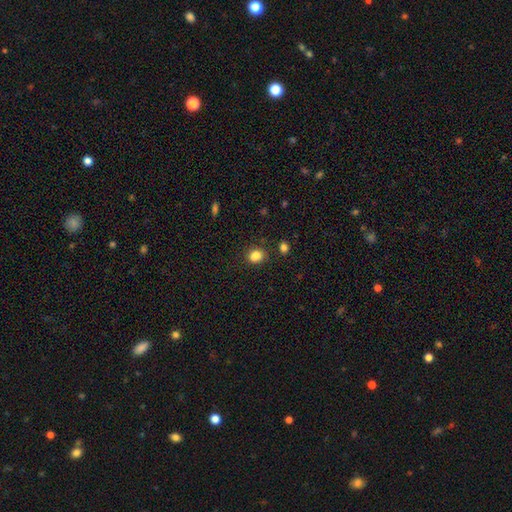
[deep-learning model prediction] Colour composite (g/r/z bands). It shows a smooth galaxy with no disk features (84%) that is round (57%). Merging: none (79%).